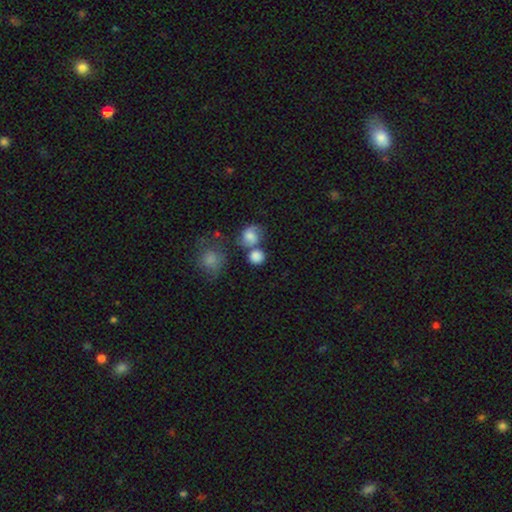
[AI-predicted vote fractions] This appears to be a smooth galaxy with no disk features (79%) that is round (81%). Merging: none (50%).